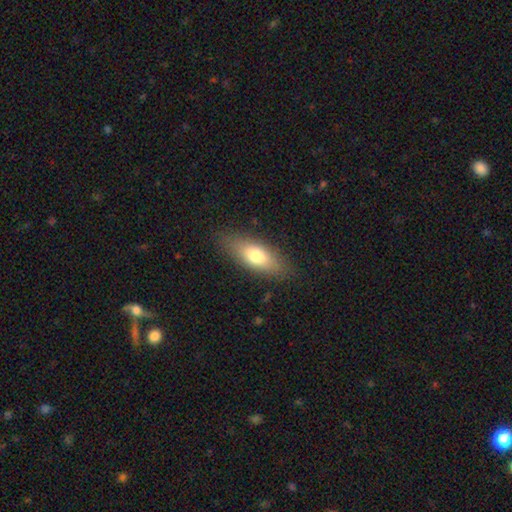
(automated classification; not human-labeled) Overall: smooth (72%). How rounded: in between (73%). Merging: none (82%).